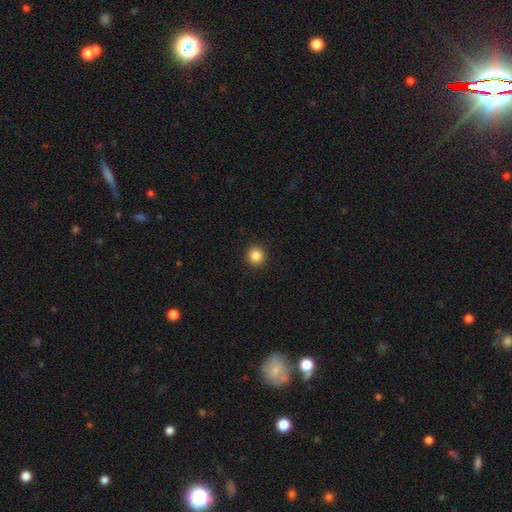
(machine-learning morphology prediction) Smooth or featured? smooth (86%)
How rounded? round (94%)
Merging? none (93%)